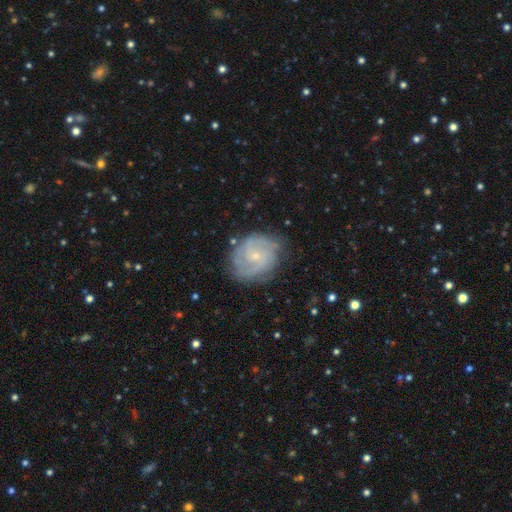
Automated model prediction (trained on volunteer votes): A featured or disk galaxy (82%) with no bar (57%), 2 (57%) tight (45%) spiral arms (95%) and a small central bulge (78%).

Vote fractions:
- Smooth or featured? featured or disk: 82% / smooth: 13% / star or artifact: 6%
- Edge-on disk? no: 98% / yes: 2%
- Bar? no: 57% / weak: 37% / strong: 6%
- Spiral arms? yes: 95% / no: 5%
- Spiral winding? tight: 45% / medium: 44% / loose: 11%
- Spiral arm count? 2: 57% / can't tell: 18% / 3: 14% / 4: 4% / 1: 4% / more than 4: 3%
- Bulge size? small: 78% / moderate: 18% / none: 3% / large: 1% / dominant: 1%
- Merging? none: 75% / minor disturbance: 17% / major disturbance: 6% / merger: 2%